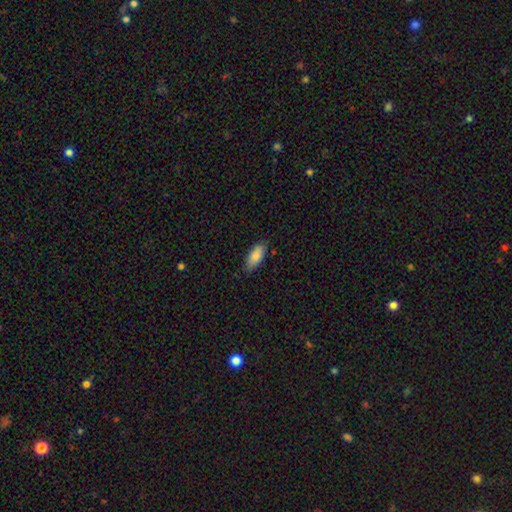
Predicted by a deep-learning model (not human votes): A smooth galaxy with no disk features (86%) that is in between round and cigar-shaped (83%). Merging: none (81%).